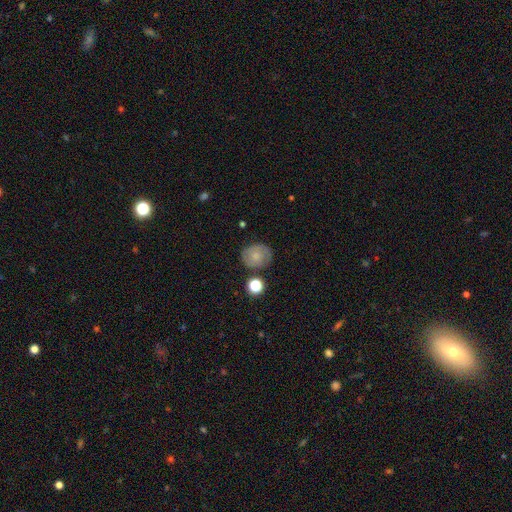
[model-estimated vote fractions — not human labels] smooth 69%, featured or disk 21%, star or artifact 10%. Down the decision tree: how rounded — round (66%); merging — none (75%).